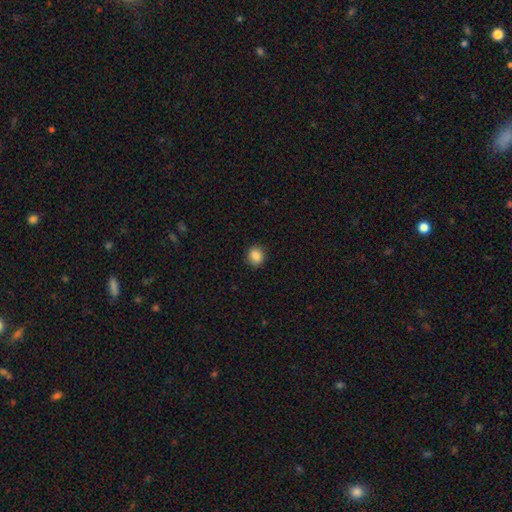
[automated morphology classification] Smooth or featured? smooth (87%)
How rounded? round (72%)
Merging? none (88%)